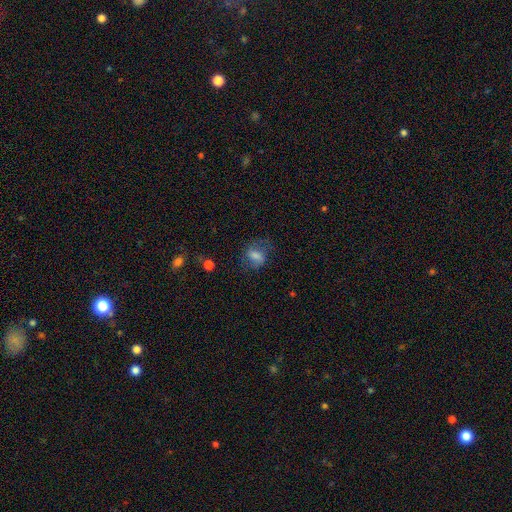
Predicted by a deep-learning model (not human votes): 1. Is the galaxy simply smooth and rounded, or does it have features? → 63% smooth, 26% featured or disk, 10% star or artifact.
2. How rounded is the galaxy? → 69% in between, 28% round, 3% cigar-shaped.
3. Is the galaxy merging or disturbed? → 58% none, 23% minor disturbance, 17% major disturbance, 2% merger.